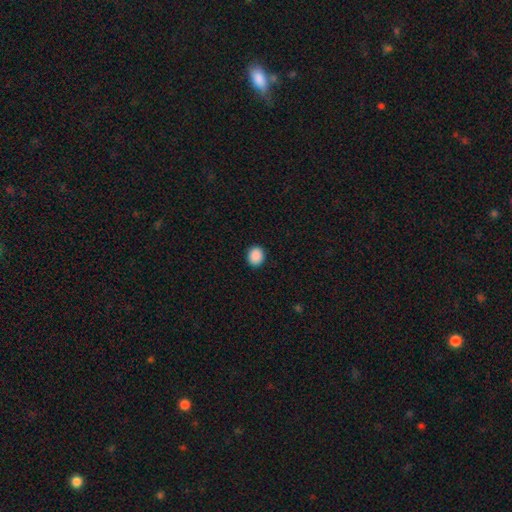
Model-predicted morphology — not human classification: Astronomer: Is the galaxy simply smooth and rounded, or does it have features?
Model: smooth — 90%.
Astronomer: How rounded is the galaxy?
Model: round — 72%.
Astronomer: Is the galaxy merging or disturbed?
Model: none — 92%.